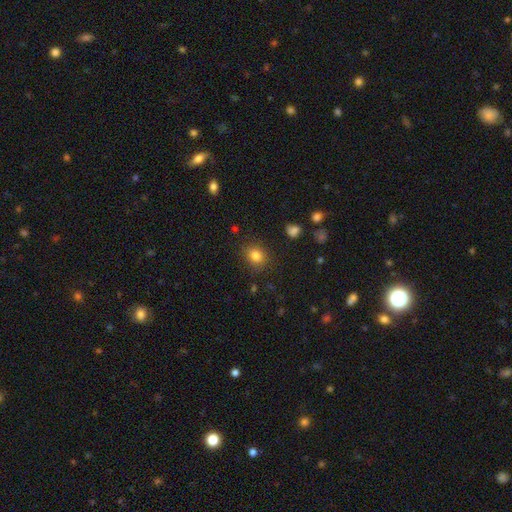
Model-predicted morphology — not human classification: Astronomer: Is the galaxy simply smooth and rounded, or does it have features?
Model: smooth — 83%.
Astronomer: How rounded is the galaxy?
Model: round — 60% (runner-up: in between, 39%).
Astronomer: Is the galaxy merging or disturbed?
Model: none — 84%.